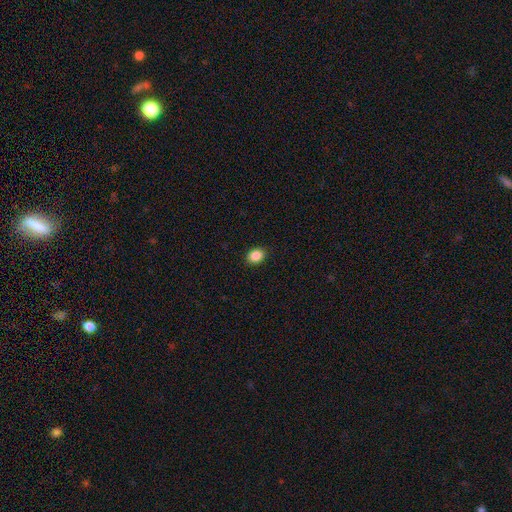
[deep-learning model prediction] Q: Smooth or featured?
A: smooth (88%); runner-up: star or artifact (9%)
Q: How rounded?
A: in between (60%); runner-up: round (39%)
Q: Merging?
A: none (91%); runner-up: minor disturbance (6%)